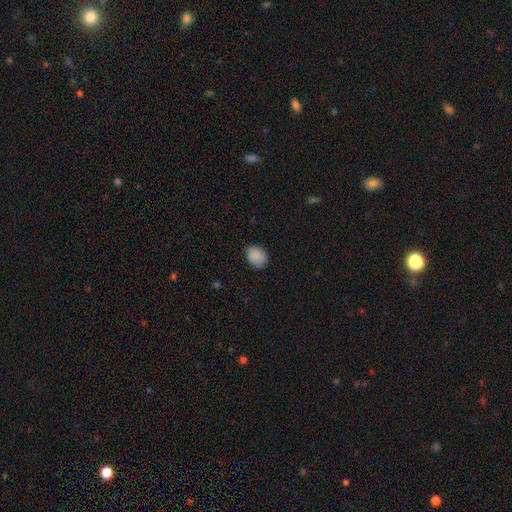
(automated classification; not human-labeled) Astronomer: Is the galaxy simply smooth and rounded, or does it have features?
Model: smooth — 89%.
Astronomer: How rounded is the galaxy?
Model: in between — 60% (runner-up: round, 39%).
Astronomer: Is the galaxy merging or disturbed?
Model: none — 82%.